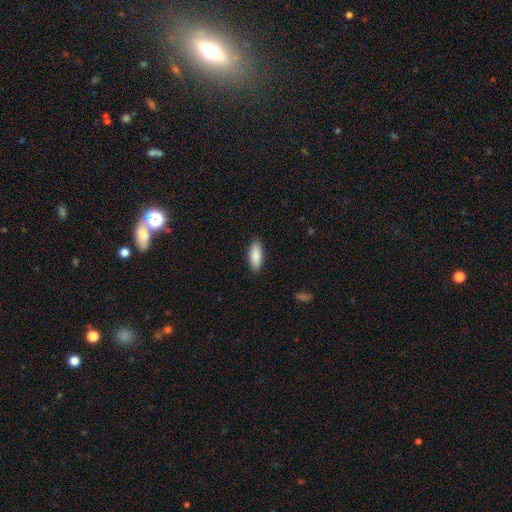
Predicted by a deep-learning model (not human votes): Morphology: type=smooth (88%); roundness=in between (79%); merging=none (89%).